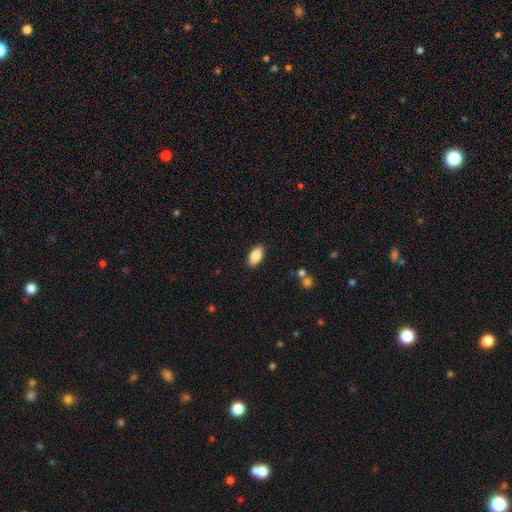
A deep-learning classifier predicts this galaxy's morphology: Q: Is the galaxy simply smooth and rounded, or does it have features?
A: smooth — 85%.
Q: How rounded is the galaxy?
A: in between — 91%.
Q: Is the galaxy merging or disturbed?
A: none — 88%.